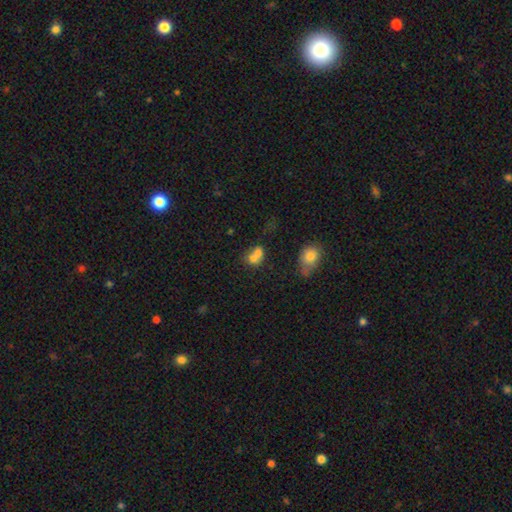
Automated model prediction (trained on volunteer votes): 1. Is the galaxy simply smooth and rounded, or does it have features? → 70% smooth, 19% featured or disk, 12% star or artifact.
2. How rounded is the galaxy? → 54% round, 44% in between, 2% cigar-shaped.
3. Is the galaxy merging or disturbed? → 65% merger, 22% none, 8% minor disturbance, 5% major disturbance.